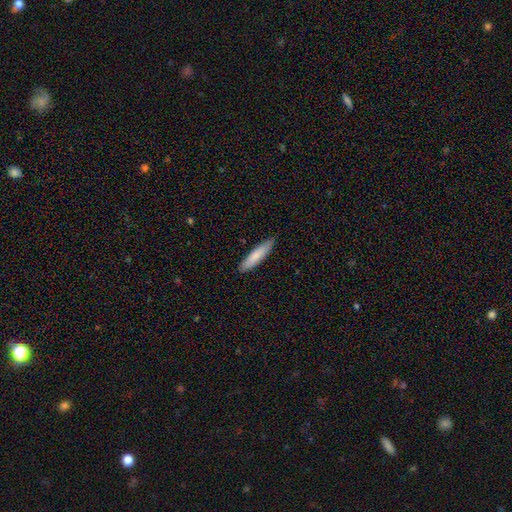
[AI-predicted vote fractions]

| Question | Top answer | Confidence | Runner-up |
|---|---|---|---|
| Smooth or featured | smooth | 81% | featured or disk (14%) |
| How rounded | cigar-shaped | 84% | in between (15%) |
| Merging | none | 88% | minor disturbance (9%) |